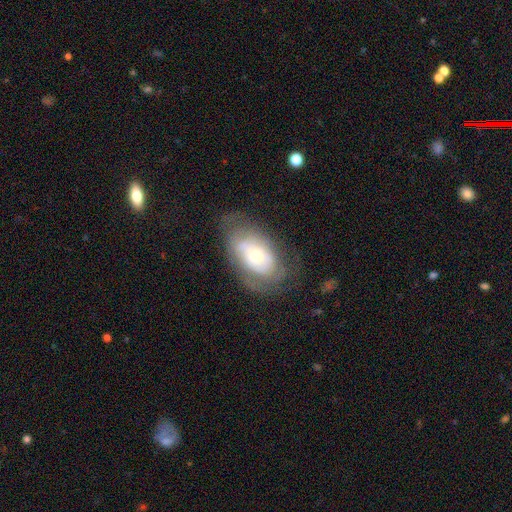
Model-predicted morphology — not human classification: Smooth or featured? featured or disk (53%)
Edge-on disk? no (92%)
Merging? none (59%)